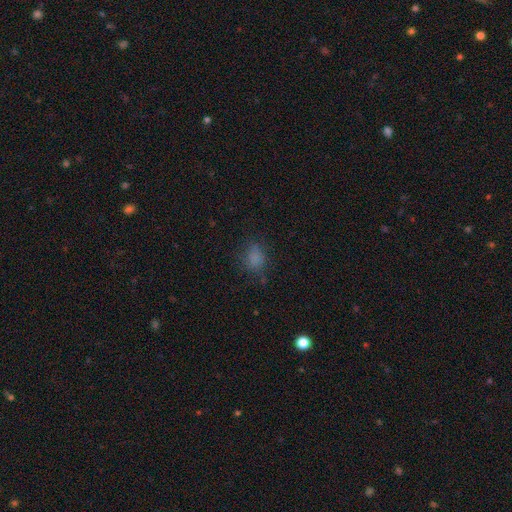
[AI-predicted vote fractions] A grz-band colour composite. It shows a smooth galaxy with no disk features (76%) that is in between round and cigar-shaped (49%, tied with round). Merging: none (70%).